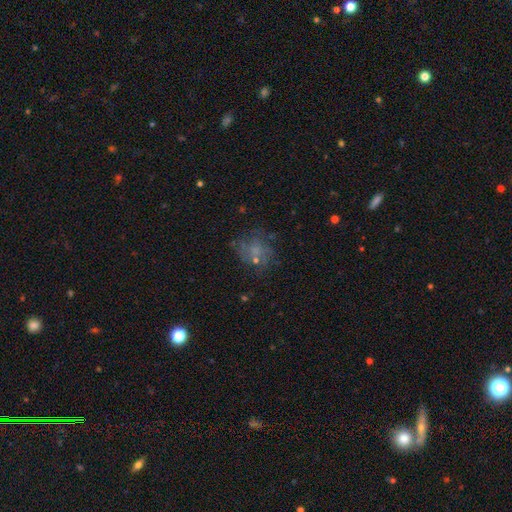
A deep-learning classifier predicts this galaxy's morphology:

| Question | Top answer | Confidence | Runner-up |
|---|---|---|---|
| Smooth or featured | featured or disk | 42% | smooth (35%) |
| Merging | none | 58% | minor disturbance (18%) |